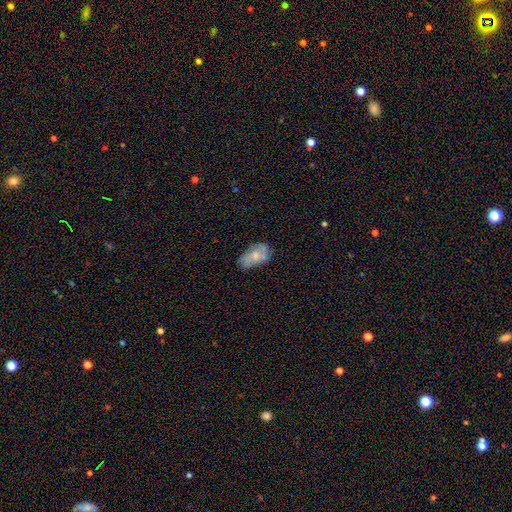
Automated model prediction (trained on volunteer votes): Morphology: type=smooth (50%); roundness=in between (91%); merging=none (51%).